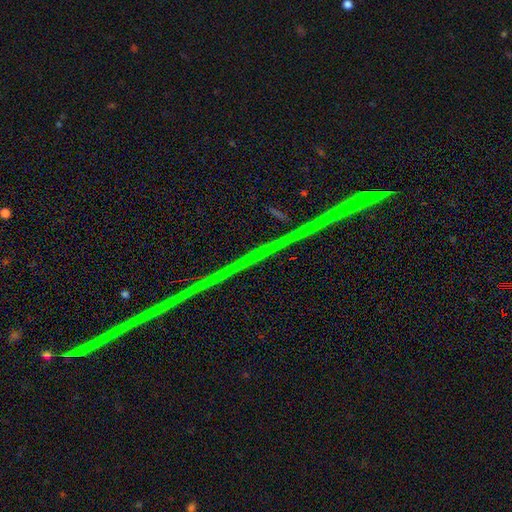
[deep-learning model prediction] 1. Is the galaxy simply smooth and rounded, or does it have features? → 88% star or artifact, 7% featured or disk, 4% smooth.